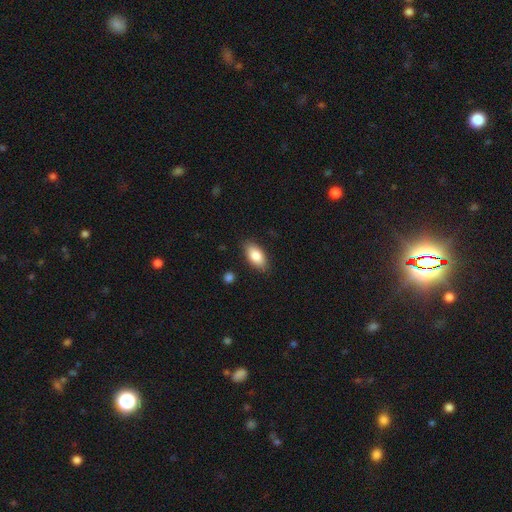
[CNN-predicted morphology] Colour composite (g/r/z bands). It shows a smooth galaxy with no disk features (84%) that is in between round and cigar-shaped (91%). Merging: none (85%).